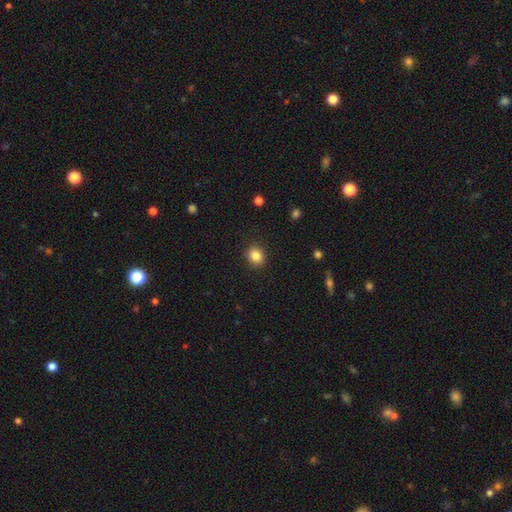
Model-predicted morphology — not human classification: A smooth galaxy with no disk features (84%) that is round (73%). Merging: none (89%).